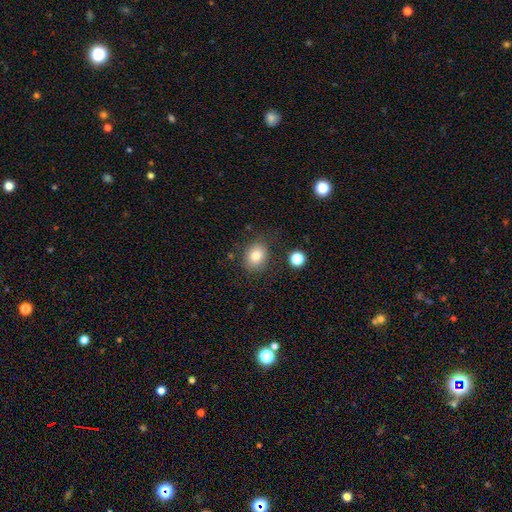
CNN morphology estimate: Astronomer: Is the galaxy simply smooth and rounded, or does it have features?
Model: smooth — 81%.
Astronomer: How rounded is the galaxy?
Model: round — 53% (runner-up: in between, 46%).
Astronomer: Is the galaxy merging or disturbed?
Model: none — 80%.